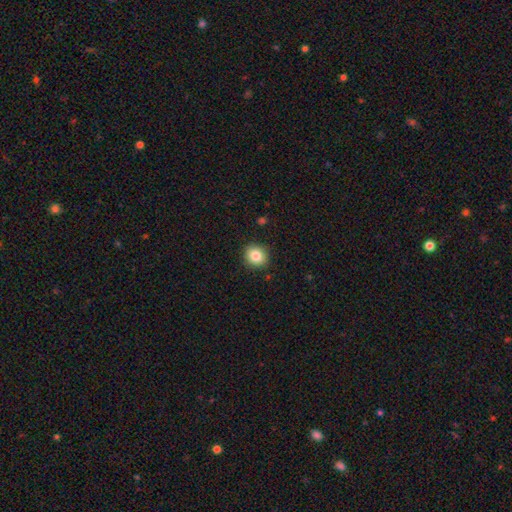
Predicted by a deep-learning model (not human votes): Smooth or featured? Predicted: smooth (p=0.84). How rounded? Predicted: round (p=0.82). Merging? Predicted: none (p=0.89).